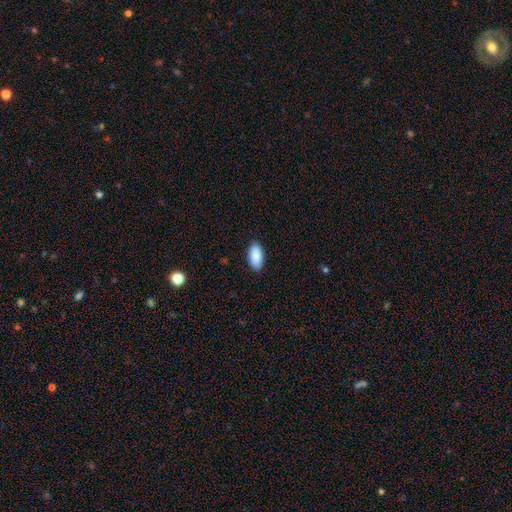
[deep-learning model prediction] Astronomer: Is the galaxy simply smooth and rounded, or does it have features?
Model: smooth — 88%.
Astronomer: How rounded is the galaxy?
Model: in between — 95%.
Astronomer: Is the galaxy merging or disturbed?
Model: none — 87%.